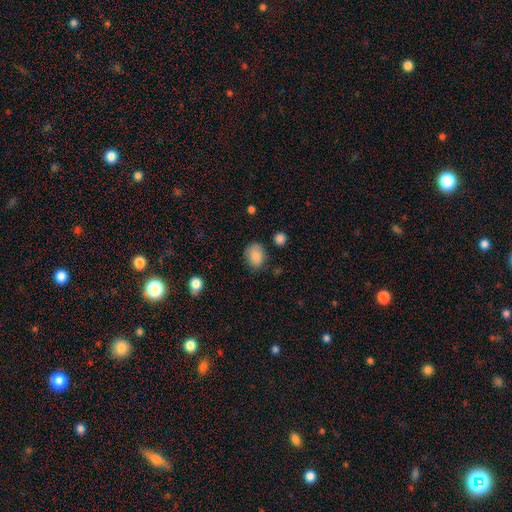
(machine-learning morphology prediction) Smooth or featured: smooth — 87% (star or artifact — 8%)
How rounded: in between — 72% (round — 27%)
Merging: none — 72% (minor disturbance — 20%)